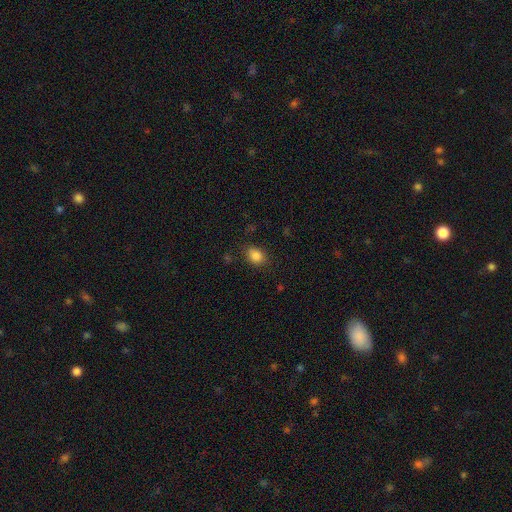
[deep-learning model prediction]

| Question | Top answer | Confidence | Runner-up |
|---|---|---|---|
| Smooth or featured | smooth | 84% | star or artifact (10%) |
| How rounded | in between | 60% | round (39%) |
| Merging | none | 83% | minor disturbance (12%) |